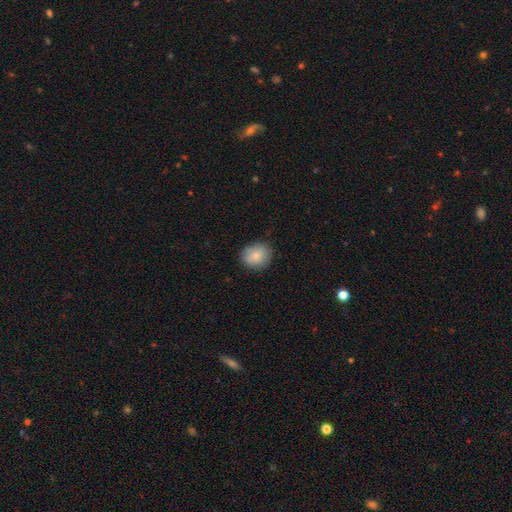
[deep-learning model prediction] This appears to be a smooth galaxy with no disk features (82%) that is round (74%). Merging: none (83%).